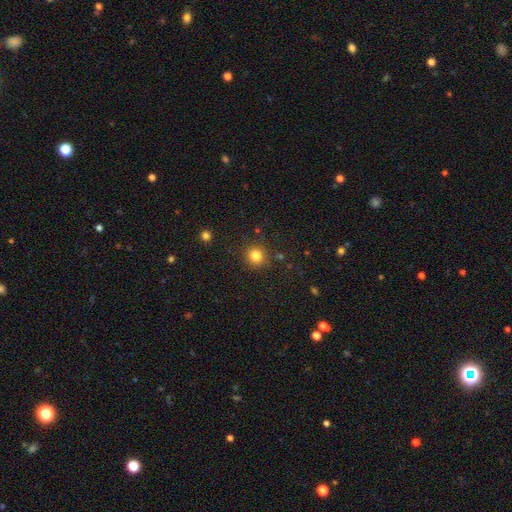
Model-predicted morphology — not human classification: This appears to be a smooth galaxy with no disk features (82%) that is round (92%). Merging: none (88%).